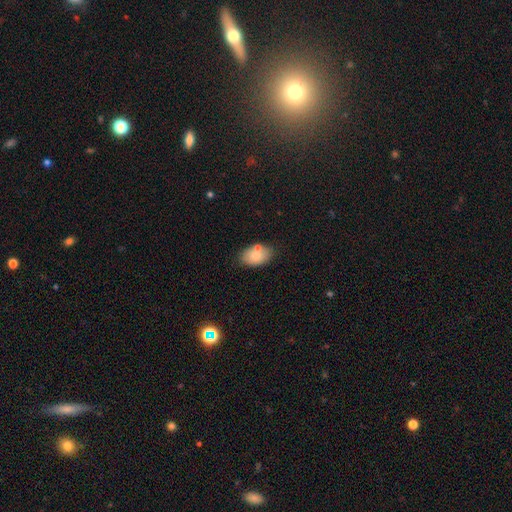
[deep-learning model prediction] Smooth or featured: smooth — 79% (featured or disk — 13%)
How rounded: in between — 91% (round — 8%)
Merging: none — 69% (minor disturbance — 16%)